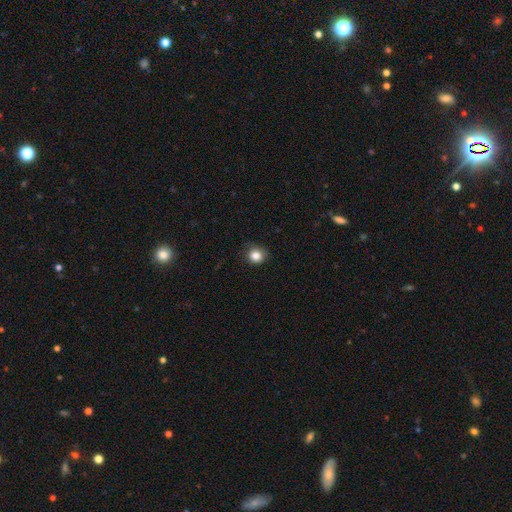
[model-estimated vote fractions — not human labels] smooth-or-featured: smooth: 85% | star or artifact: 11% | featured or disk: 5%
  how-rounded: round: 83% | in between: 16% | cigar-shaped: 1%
  merging: none: 79% | minor disturbance: 17% | major disturbance: 4% | merger: 1%